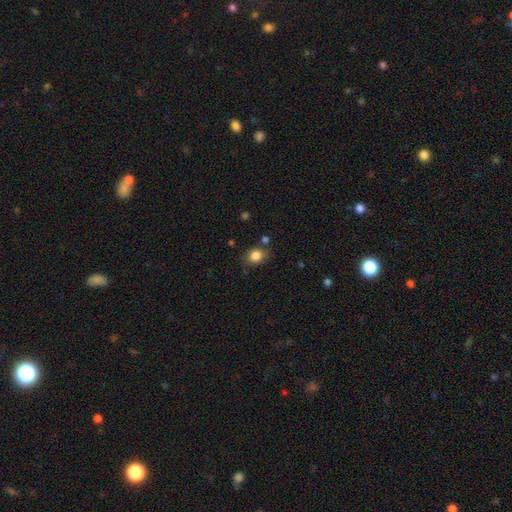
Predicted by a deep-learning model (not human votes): smooth-or-featured: smooth: 84% | star or artifact: 10% | featured or disk: 6%
  how-rounded: round: 53% | in between: 46% | cigar-shaped: 1%
  merging: none: 73% | minor disturbance: 17% | merger: 6% | major disturbance: 5%